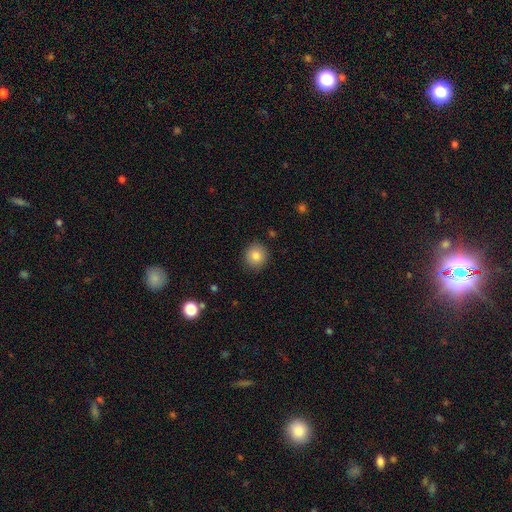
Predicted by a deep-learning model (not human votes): A smooth galaxy with no disk features (82%) that is round (91%). Merging: none (89%).